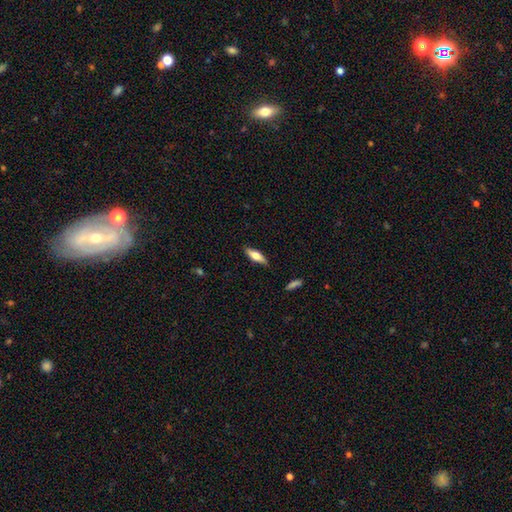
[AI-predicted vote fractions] Smooth or featured? smooth (61%)
How rounded? in between (52%)
Merging? none (84%)